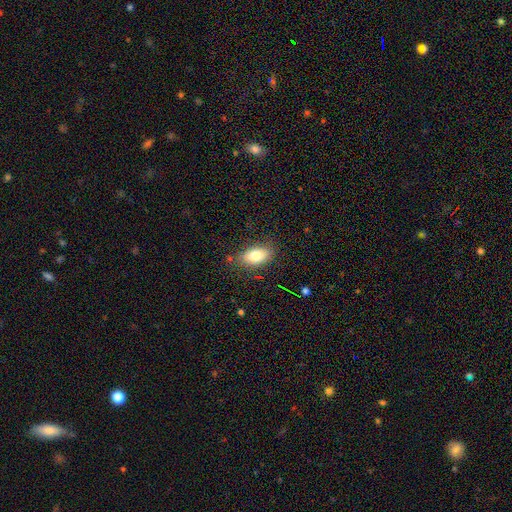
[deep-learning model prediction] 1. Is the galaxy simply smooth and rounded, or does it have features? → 78% smooth, 13% featured or disk, 9% star or artifact.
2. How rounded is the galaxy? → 89% in between, 7% round, 3% cigar-shaped.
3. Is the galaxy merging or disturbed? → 79% none, 15% minor disturbance, 4% major disturbance, 2% merger.